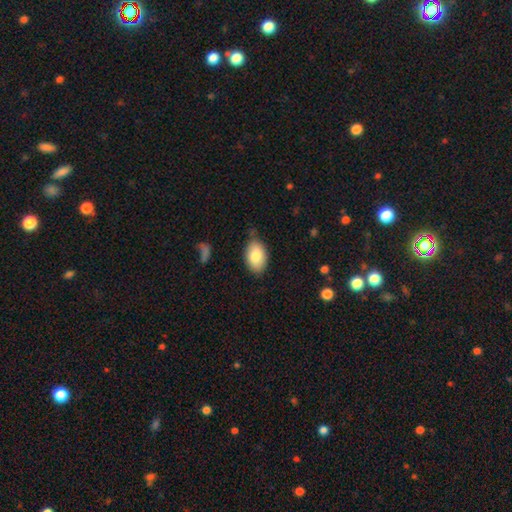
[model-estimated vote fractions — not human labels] smooth-or-featured: smooth: 83% | featured or disk: 11% | star or artifact: 7%
  how-rounded: in between: 90% | round: 9% | cigar-shaped: 1%
  merging: none: 76% | minor disturbance: 19% | major disturbance: 4% | merger: 2%